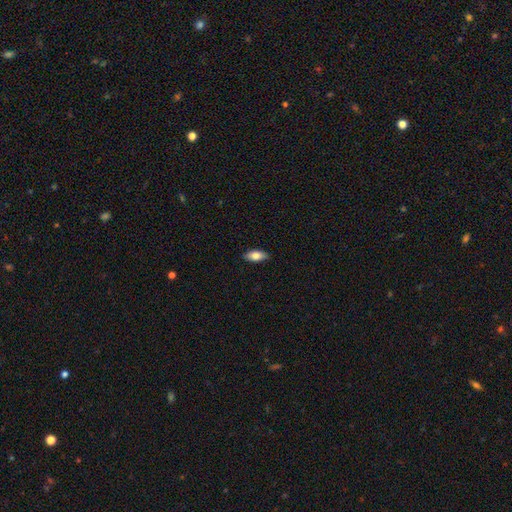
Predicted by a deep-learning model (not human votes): smooth-or-featured: smooth: 79% | featured or disk: 15% | star or artifact: 6%
  how-rounded: in between: 86% | cigar-shaped: 11% | round: 3%
  merging: none: 88% | minor disturbance: 9% | major disturbance: 2% | merger: 1%